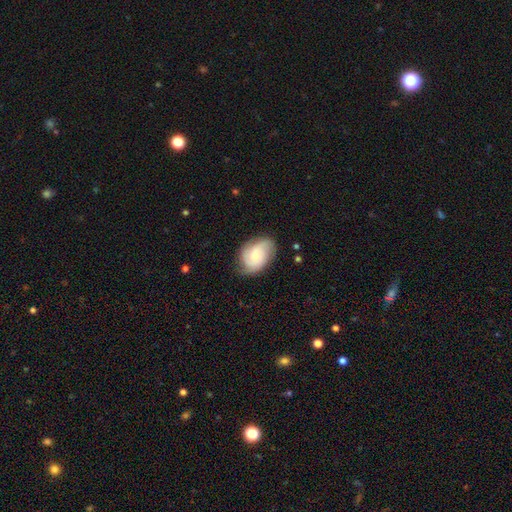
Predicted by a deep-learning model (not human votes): A featured or disk galaxy (54%) with no bar (75%), spiral arms (90%) and a small central bulge (60%).

Vote fractions:
- Smooth or featured? featured or disk: 54% / smooth: 39% / star or artifact: 7%
- Edge-on disk? no: 97% / yes: 3%
- Bar? no: 75% / weak: 22% / strong: 3%
- Spiral arms? yes: 90% / no: 10%
- Bulge size? small: 60% / moderate: 33% / none: 3% / large: 3% / dominant: 1%
- Merging? none: 70% / minor disturbance: 22% / major disturbance: 6% / merger: 1%